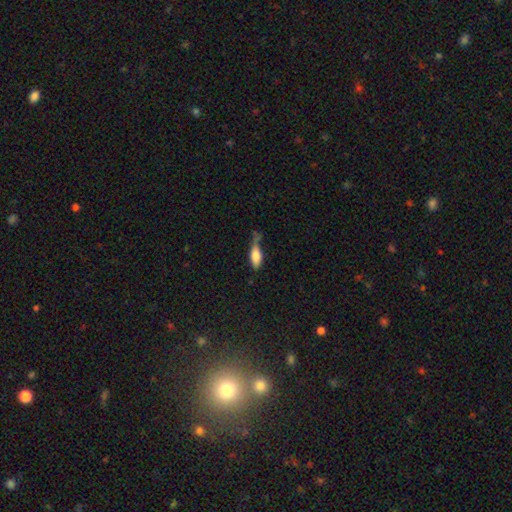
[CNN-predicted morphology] This is likely a smooth galaxy (75%). How rounded: likely in between (74%). Merging: marginally minor disturbance (35%).